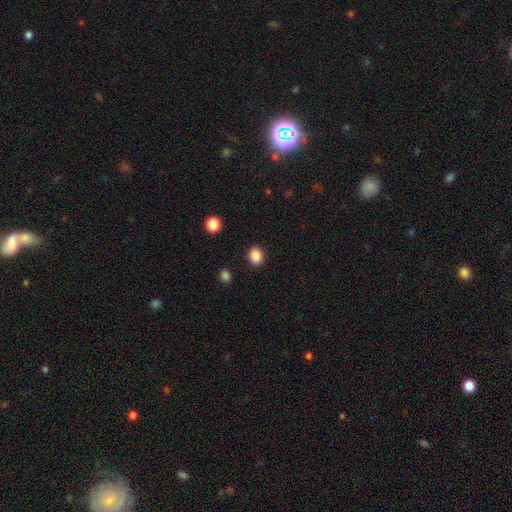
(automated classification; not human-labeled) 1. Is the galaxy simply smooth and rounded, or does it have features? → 88% smooth, 9% star or artifact, 3% featured or disk.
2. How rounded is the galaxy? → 50% in between, 49% round, 1% cigar-shaped.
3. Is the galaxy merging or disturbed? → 89% none, 7% minor disturbance, 2% major disturbance, 1% merger.